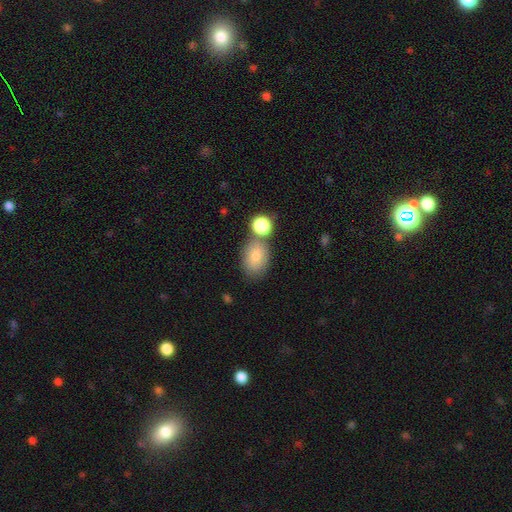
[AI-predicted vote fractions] smooth-or-featured: smooth: 80% | featured or disk: 11% | star or artifact: 9%
  how-rounded: in between: 77% | round: 21% | cigar-shaped: 1%
  merging: none: 59% | merger: 22% | minor disturbance: 15% | major disturbance: 5%